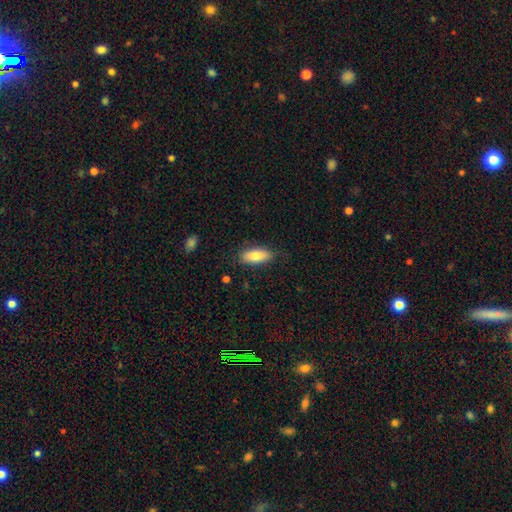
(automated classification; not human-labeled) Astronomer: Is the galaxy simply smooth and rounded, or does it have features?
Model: smooth — 80%.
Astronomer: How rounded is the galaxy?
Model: in between — 81%.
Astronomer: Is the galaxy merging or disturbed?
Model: none — 83%.